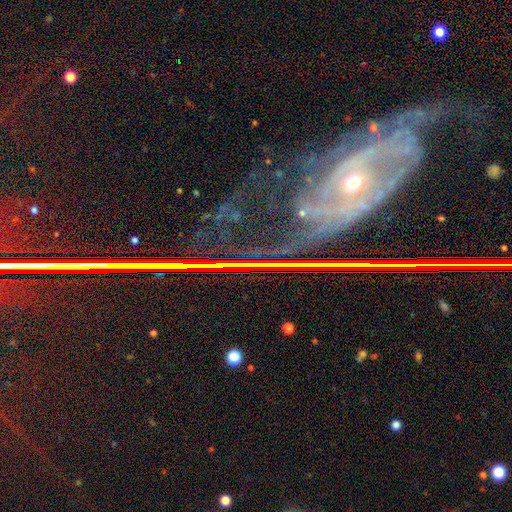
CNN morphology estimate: Smooth or featured: featured or disk — 67% (star or artifact — 25%)
Edge-on disk: no — 83% (yes — 17%)
Bar: no — 55% (weak — 26%)
Spiral arms: yes — 88% (no — 12%)
Bulge size: small — 57% (moderate — 38%)
Merging: none — 68% (minor disturbance — 16%)